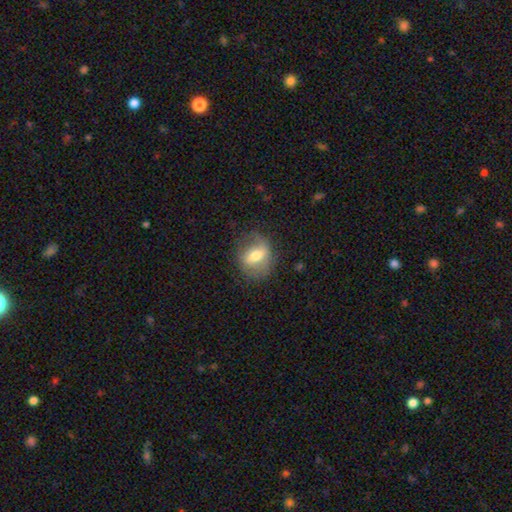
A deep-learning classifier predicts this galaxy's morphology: Q: Smooth or featured?
A: smooth (48%); runner-up: featured or disk (44%)
Q: Merging?
A: none (71%); runner-up: minor disturbance (19%)